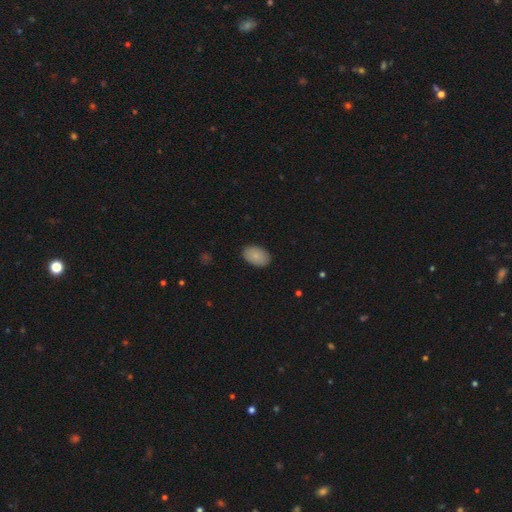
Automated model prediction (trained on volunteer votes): A smooth galaxy with no disk features (87%) that is in between round and cigar-shaped (89%). Merging: none (87%).